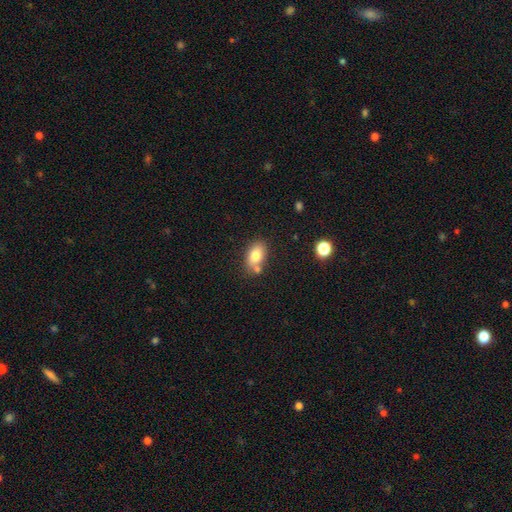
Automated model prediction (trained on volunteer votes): Smooth or featured? smooth (78%)
How rounded? in between (84%)
Merging? none (62%)